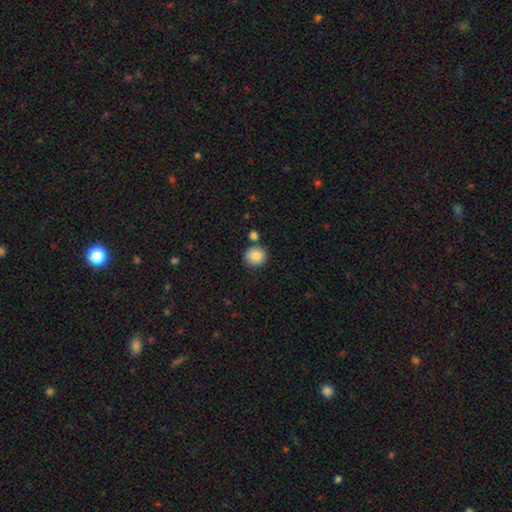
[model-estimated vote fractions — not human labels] A smooth galaxy with no disk features (86%) that is round (89%). Merging: none (78%).